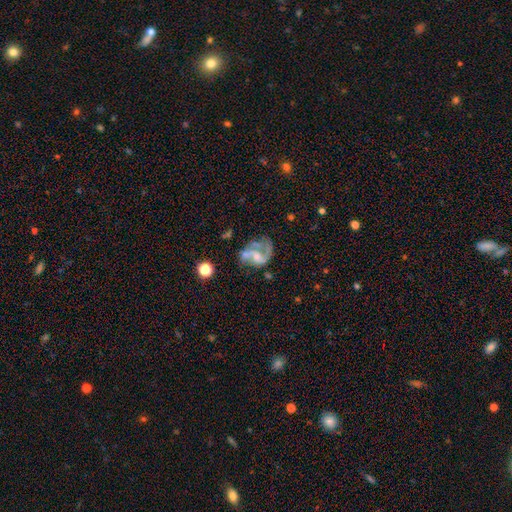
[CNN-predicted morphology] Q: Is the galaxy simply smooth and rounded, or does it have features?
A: featured or disk — 73%.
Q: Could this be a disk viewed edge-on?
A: no — 98%.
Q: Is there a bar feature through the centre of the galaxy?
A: no — 53%.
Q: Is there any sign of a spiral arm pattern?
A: yes — 76%.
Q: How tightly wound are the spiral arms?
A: loose — 47%.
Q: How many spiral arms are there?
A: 2 — 66%.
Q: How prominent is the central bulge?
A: small — 38%.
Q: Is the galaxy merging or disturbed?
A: none — 35%.